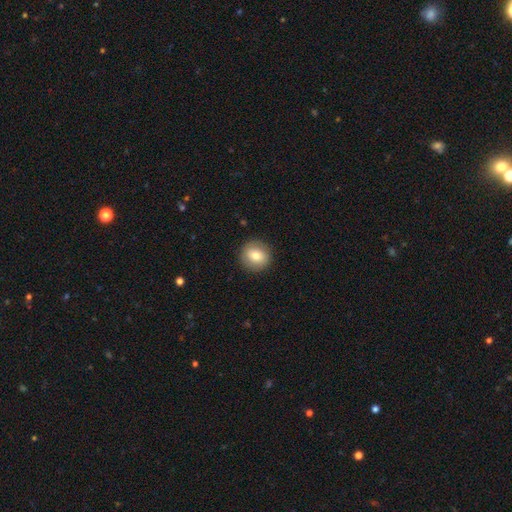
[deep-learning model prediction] Smooth or featured?
  - smooth: 78% *
  - featured or disk: 13%
  - star or artifact: 8%
How rounded?
  - round: 89% *
  - in between: 10%
  - cigar-shaped: 1%
Merging?
  - none: 90% *
  - minor disturbance: 7%
  - major disturbance: 2%
  - merger: 1%